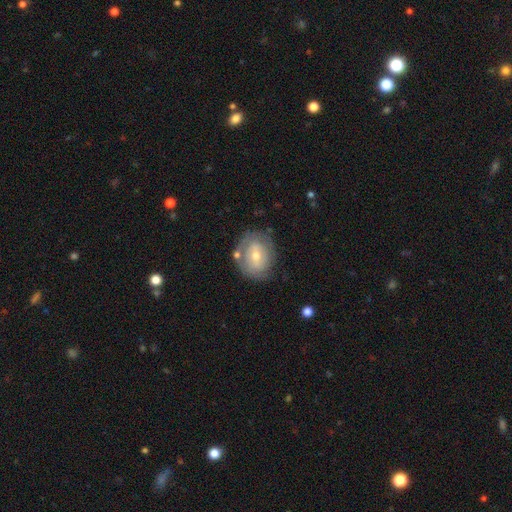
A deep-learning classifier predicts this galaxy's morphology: Smooth or featured: featured or disk — 56% (smooth — 36%)
Edge-on disk: no — 95% (yes — 5%)
Bar: no — 54% (weak — 35%)
Spiral arms: yes — 56% (no — 44%)
Bulge size: moderate — 49% (small — 47%)
Merging: none — 69% (minor disturbance — 19%)